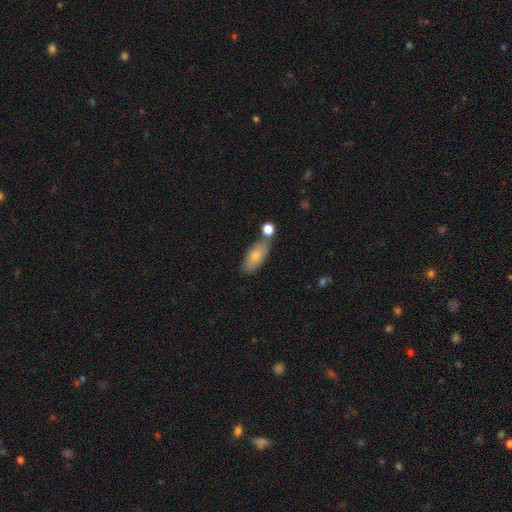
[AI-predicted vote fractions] Q: Smooth or featured?
A: smooth (73%); runner-up: featured or disk (20%)
Q: How rounded?
A: in between (84%); runner-up: cigar-shaped (12%)
Q: Merging?
A: none (57%); runner-up: minor disturbance (19%)